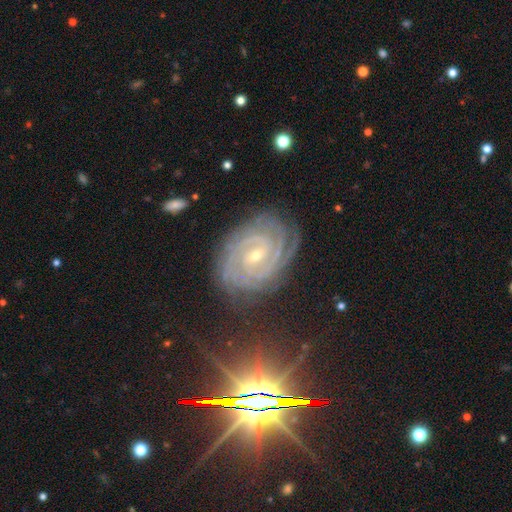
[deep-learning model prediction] The model was most divided on "spiral arm count": 2: 29%, 3: 23%, can't tell: 17%, 4: 15%, more than 4: 8%, 1: 7%. Remaining: spiral arms — yes (98%); edge-on disk — no (97%); smooth or featured — featured or disk (89%); spiral winding — tight (83%); merging — none (79%); bulge size — small (70%); bar — weak (45%).